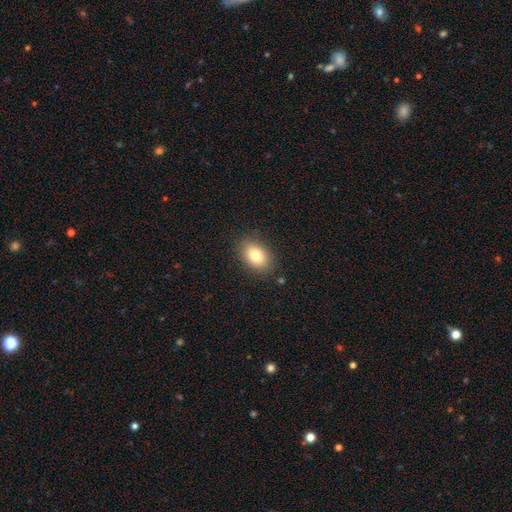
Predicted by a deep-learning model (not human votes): A smooth galaxy with no disk features (78%) that is in between round and cigar-shaped (81%).

Vote fractions:
- Smooth or featured? smooth: 78% / featured or disk: 12% / star or artifact: 10%
- How rounded? in between: 81% / round: 18% / cigar-shaped: 1%
- Merging? none: 85% / minor disturbance: 10% / major disturbance: 3% / merger: 1%